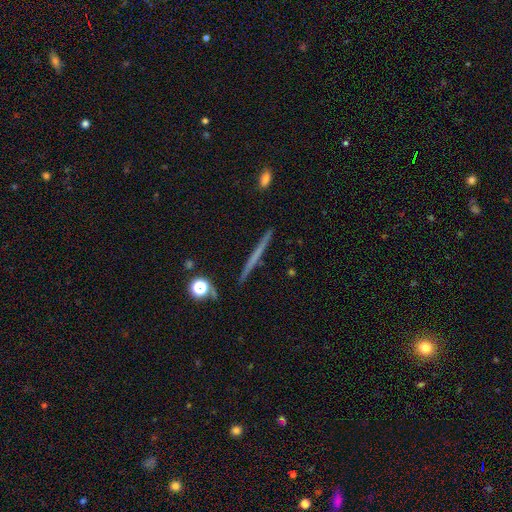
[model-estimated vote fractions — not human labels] A featured or disk galaxy (52%) viewed edge-on (97%) with no central bulge (91%).

Vote fractions:
- Smooth or featured? featured or disk: 52% / smooth: 41% / star or artifact: 7%
- Edge-on disk? yes: 97% / no: 3%
- Edge-on bulge? none: 91% / rounded: 6% / boxy: 3%
- Merging? none: 91% / minor disturbance: 6% / merger: 1% / major disturbance: 1%